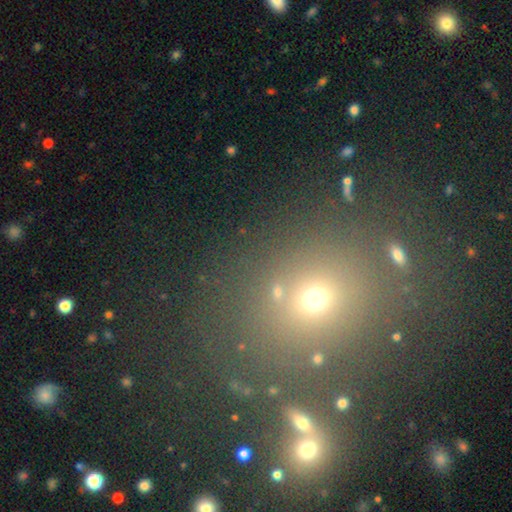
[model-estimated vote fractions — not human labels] This appears to be a smooth galaxy with no disk features (47%). Merging: none (75%).